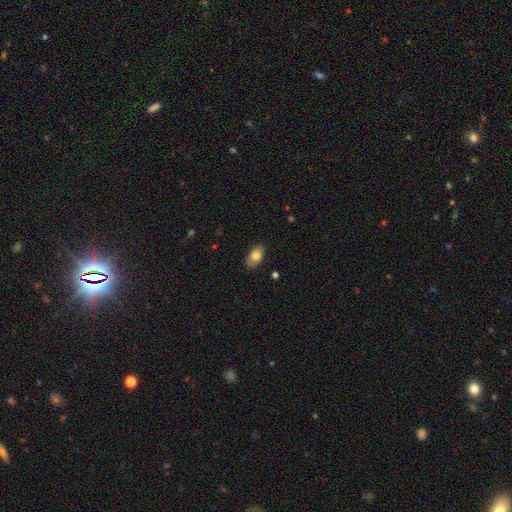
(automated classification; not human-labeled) A smooth galaxy with no disk features (75%) that is in between round and cigar-shaped (92%).

Vote fractions:
- Smooth or featured? smooth: 75% / featured or disk: 18% / star or artifact: 7%
- How rounded? in between: 92% / round: 6% / cigar-shaped: 2%
- Merging? none: 82% / minor disturbance: 15% / major disturbance: 3% / merger: 1%